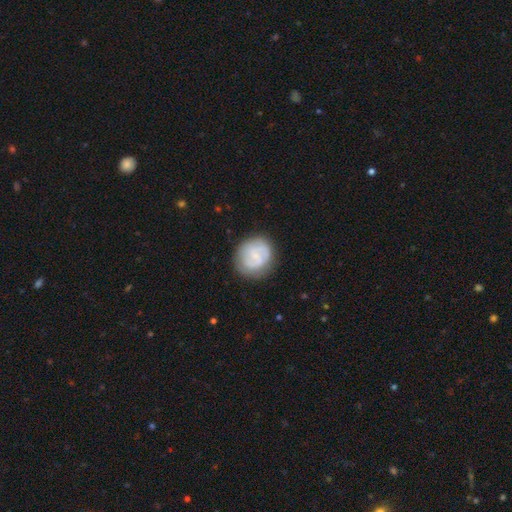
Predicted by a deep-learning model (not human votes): Smooth or featured? featured or disk (53%)
Edge-on disk? no (98%)
Bar? no (47%)
Spiral arms? yes (80%)
Bulge size? small (61%)
Merging? none (78%)